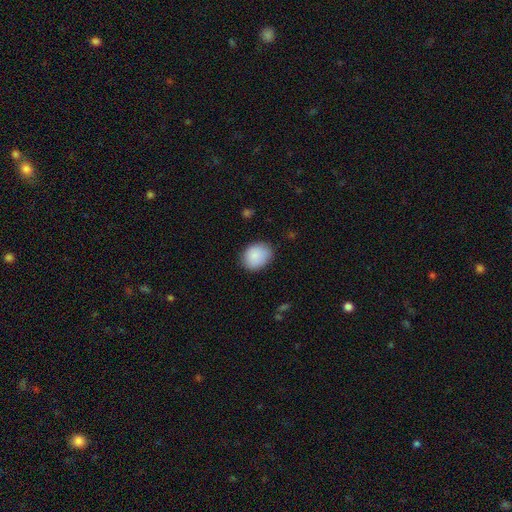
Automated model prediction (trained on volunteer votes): Morphology: type=smooth (88%); roundness=round (50%); merging=none (79%).